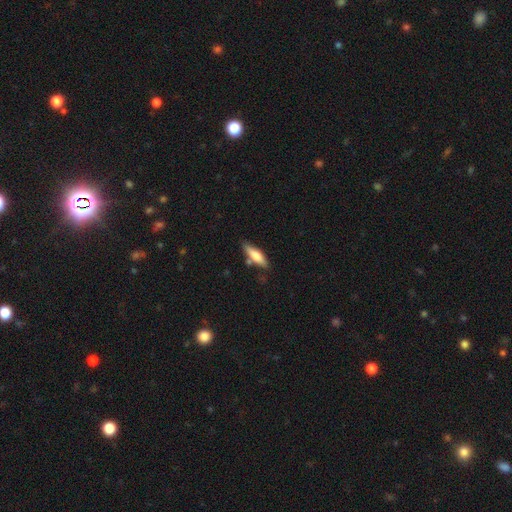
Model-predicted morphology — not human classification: A smooth galaxy with no disk features (67%) that is cigar-shaped (58%). Merging: none (72%).